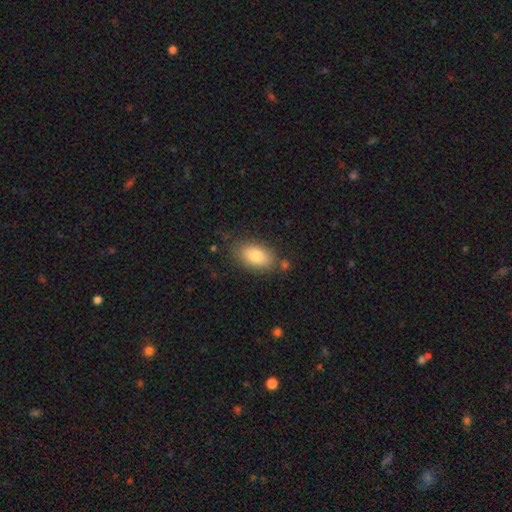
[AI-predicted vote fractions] This appears to be a smooth galaxy with no disk features (81%) that is in between round and cigar-shaped (90%). Merging: none (78%).